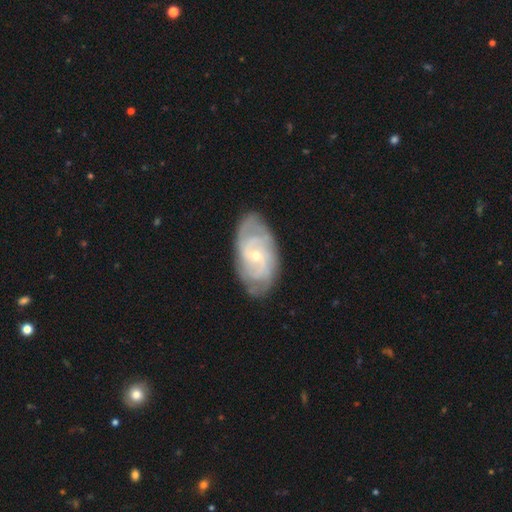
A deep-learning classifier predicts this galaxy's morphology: type=featured or disk (81%); edge-on=no (95%); bar=no (61%); spiral arms=yes (91%); winding=tight (63%); arm count=can't tell (38%); bulge=small (67%); merging=none (79%).